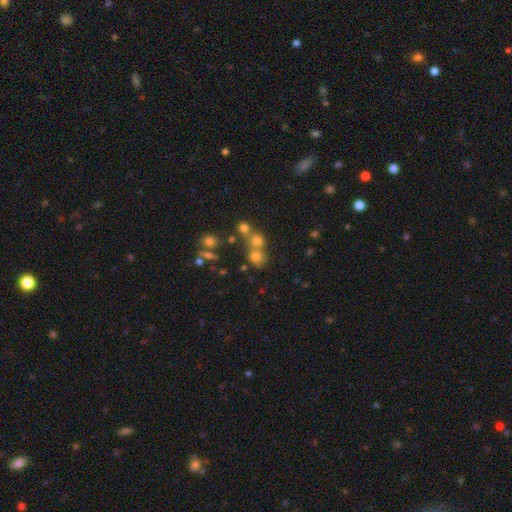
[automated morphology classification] Q: Smooth or featured?
A: smooth (64%); runner-up: star or artifact (22%)
Q: How rounded?
A: round (81%); runner-up: in between (17%)
Q: Merging?
A: merger (47%); runner-up: none (42%)